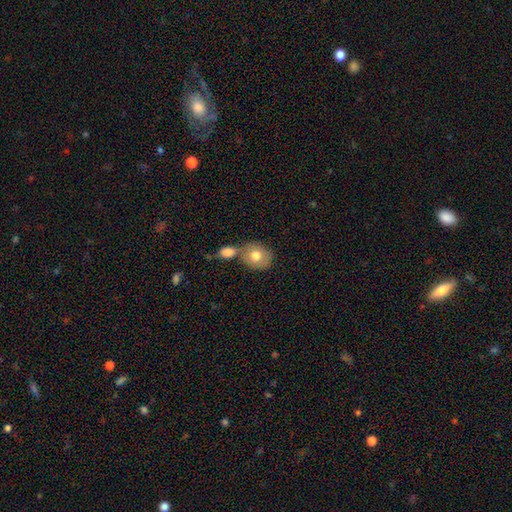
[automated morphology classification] This appears to be a smooth galaxy with no disk features (76%) that is round (65%). Merging: none (43%).